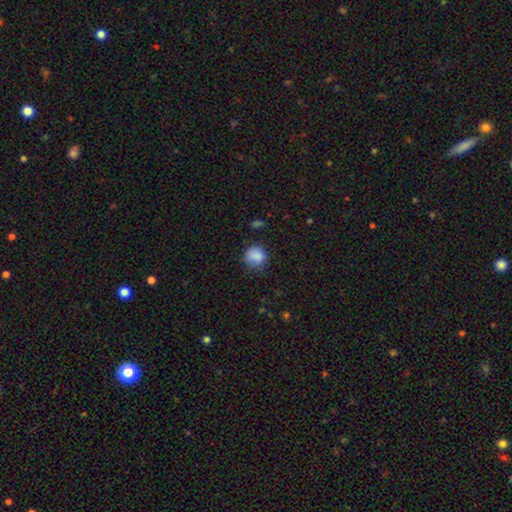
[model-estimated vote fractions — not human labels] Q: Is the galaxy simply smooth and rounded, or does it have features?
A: smooth — 86%.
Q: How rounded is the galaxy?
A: round — 77%.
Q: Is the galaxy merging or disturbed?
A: none — 68%.